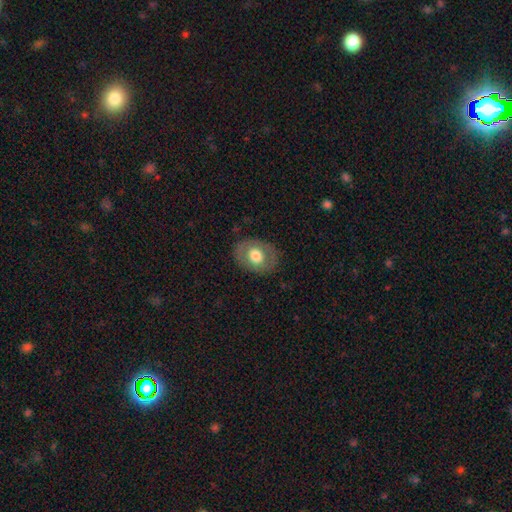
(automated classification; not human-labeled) smooth-or-featured: smooth: 61% | featured or disk: 32% | star or artifact: 7%
  how-rounded: in between: 63% | round: 36% | cigar-shaped: 1%
  merging: none: 82% | minor disturbance: 12% | major disturbance: 5% | merger: 1%